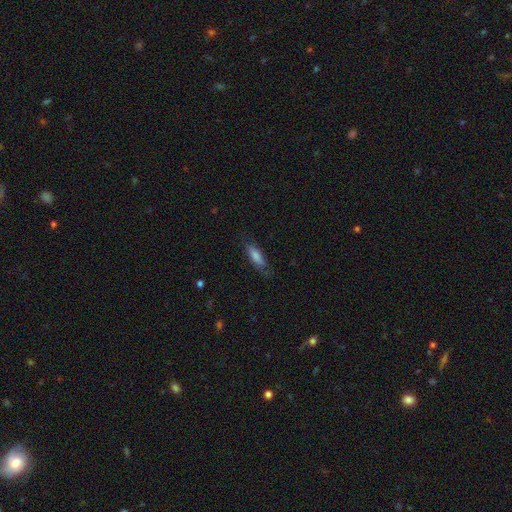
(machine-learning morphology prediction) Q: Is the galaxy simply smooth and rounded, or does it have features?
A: smooth — 71%.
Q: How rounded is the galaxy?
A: cigar-shaped — 49%, tied with in between.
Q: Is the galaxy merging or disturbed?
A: none — 70%.